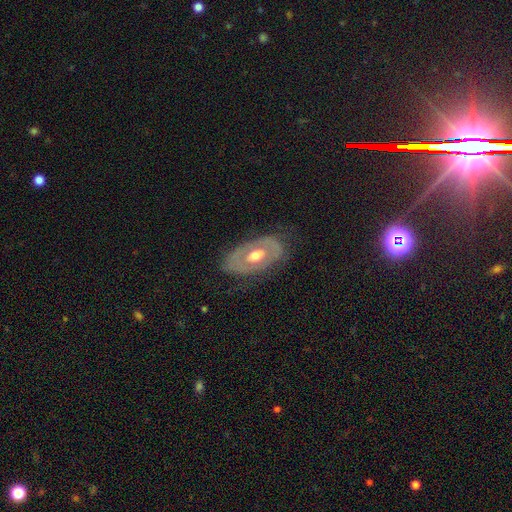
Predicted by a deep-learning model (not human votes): Smooth or featured?
  - featured or disk: 69% *
  - smooth: 26%
  - star or artifact: 6%
Edge-on disk?
  - no: 90% *
  - yes: 10%
Bar?
  - no: 74% *
  - weak: 19%
  - strong: 6%
Spiral arms?
  - no: 65% *
  - yes: 35%
Bulge size?
  - moderate: 74% *
  - large: 14%
  - small: 9%
  - dominant: 1%
  - none: 1%
Merging?
  - none: 72% *
  - minor disturbance: 19%
  - major disturbance: 7%
  - merger: 1%